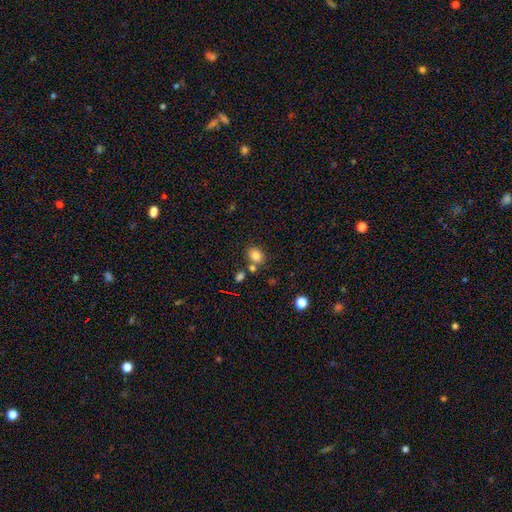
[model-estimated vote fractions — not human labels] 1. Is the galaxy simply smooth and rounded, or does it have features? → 82% smooth, 11% star or artifact, 7% featured or disk.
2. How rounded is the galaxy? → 52% in between, 47% round, 1% cigar-shaped.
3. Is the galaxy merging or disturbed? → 67% none, 17% merger, 12% minor disturbance, 4% major disturbance.